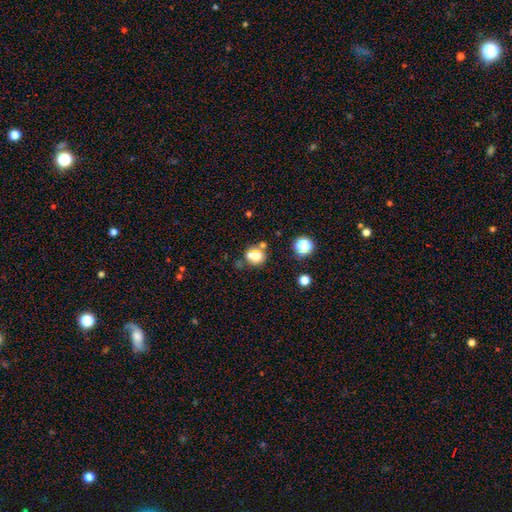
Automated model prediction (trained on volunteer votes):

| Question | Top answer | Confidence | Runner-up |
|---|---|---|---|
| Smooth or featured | smooth | 70% | featured or disk (16%) |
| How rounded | round | 78% | in between (21%) |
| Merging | none | 50% | merger (31%) |